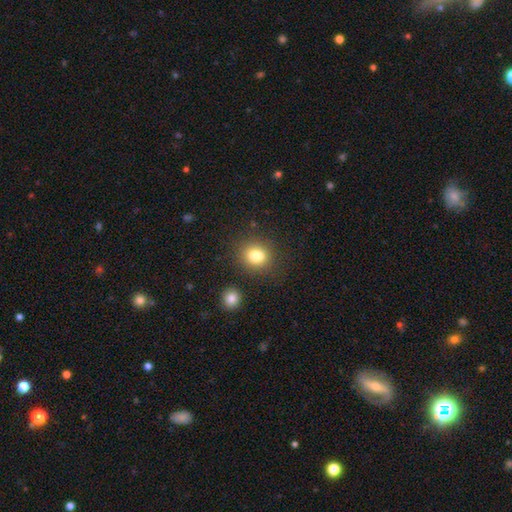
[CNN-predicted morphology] smooth_or_featured: smooth (p=0.80) [alt: star or artifact p=0.12]
how_rounded: round (p=0.66) [alt: in between p=0.33]
merging: none (p=0.75) [alt: minor disturbance p=0.12]